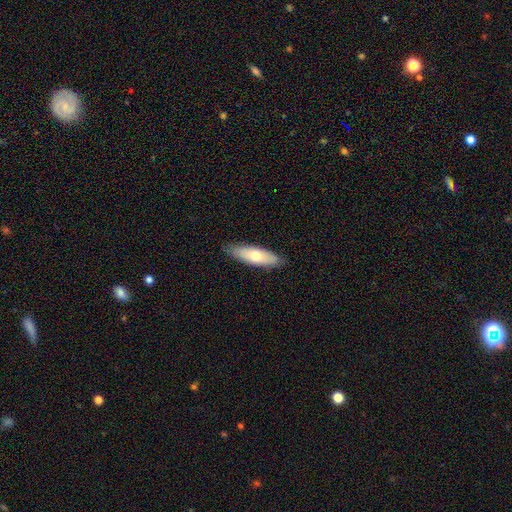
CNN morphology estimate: smooth 64%, featured or disk 30%, star or artifact 6%. Down the decision tree: how rounded — in between (51%); merging — none (85%).